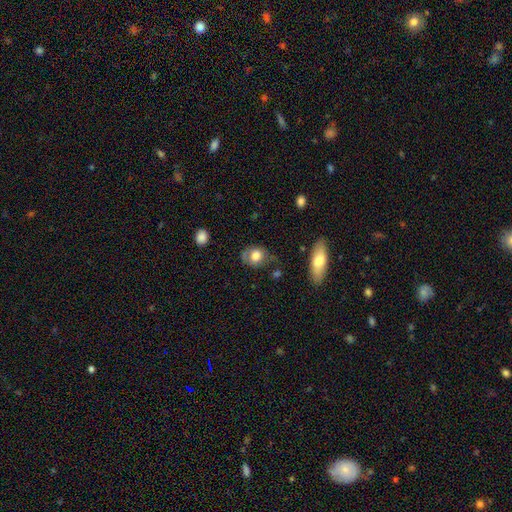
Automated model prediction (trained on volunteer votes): smooth_or_featured: smooth (p=0.73) [alt: featured or disk p=0.19]
how_rounded: round (p=0.52) [alt: in between p=0.47]
merging: none (p=0.58) [alt: minor disturbance p=0.27]